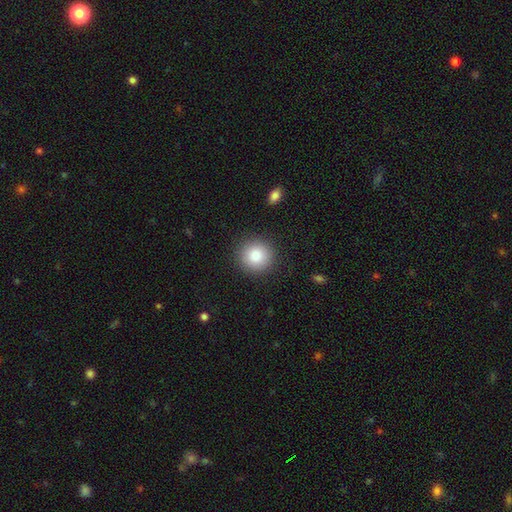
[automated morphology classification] This appears to be a smooth galaxy with no disk features (83%) that is round (94%). Merging: none (90%).